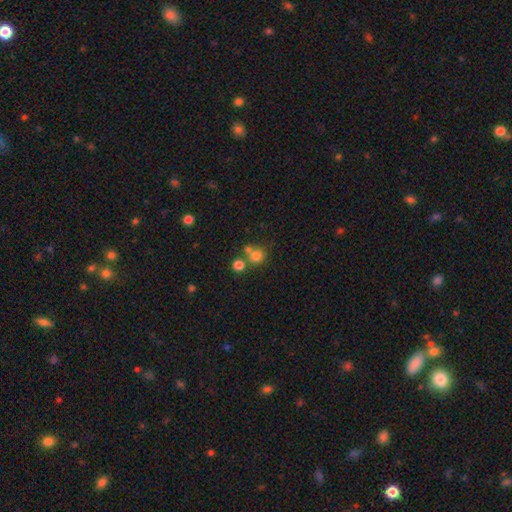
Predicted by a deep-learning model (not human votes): This appears to be a smooth galaxy with no disk features (75%) that is round (85%). Merging: none (55%).